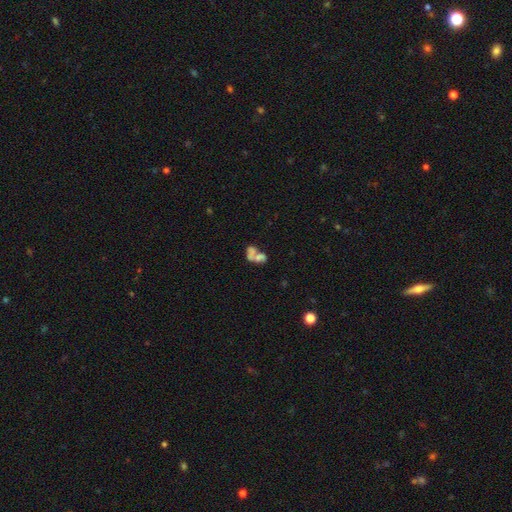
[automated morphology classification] A smooth galaxy with no disk features (50%).

Vote fractions:
- Smooth or featured? smooth: 50% / featured or disk: 36% / star or artifact: 14%
- Merging? merger: 66% / none: 16% / major disturbance: 11% / minor disturbance: 8%